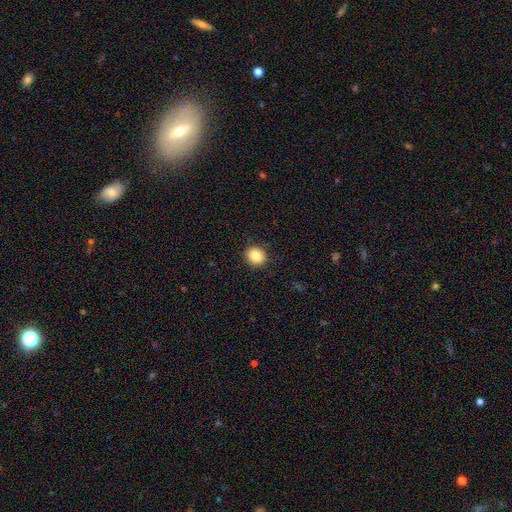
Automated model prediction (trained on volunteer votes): smooth-or-featured: smooth: 84% | star or artifact: 10% | featured or disk: 6%
  how-rounded: round: 78% | in between: 21% | cigar-shaped: 1%
  merging: none: 89% | minor disturbance: 8% | major disturbance: 2% | merger: 1%